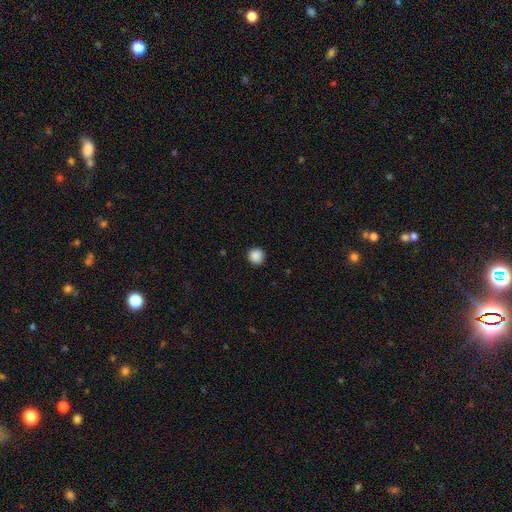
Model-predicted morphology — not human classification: Smooth or featured?
  - smooth: 88% *
  - star or artifact: 9%
  - featured or disk: 2%
How rounded?
  - round: 94% *
  - in between: 5%
  - cigar-shaped: 1%
Merging?
  - none: 89% *
  - minor disturbance: 8%
  - major disturbance: 2%
  - merger: 1%